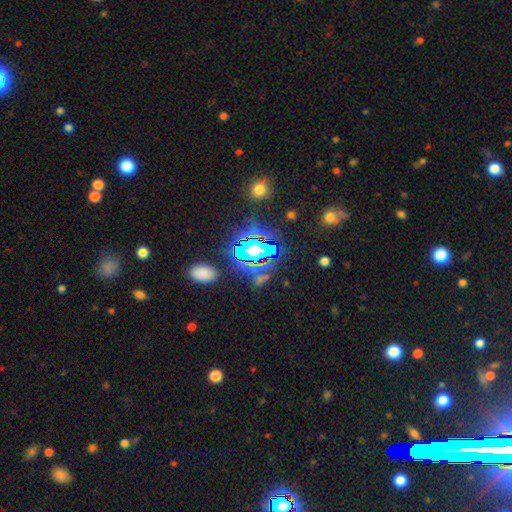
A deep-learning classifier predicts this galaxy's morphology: Smooth or featured? star or artifact (80%)